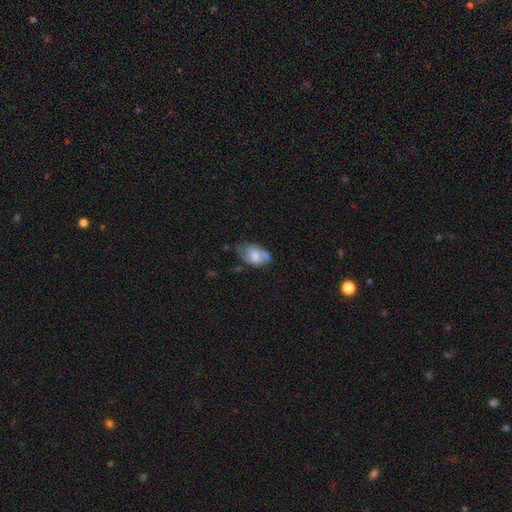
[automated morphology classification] smooth_or_featured: featured or disk (p=0.48) [alt: smooth p=0.45]
merging: none (p=0.51) [alt: minor disturbance p=0.32]